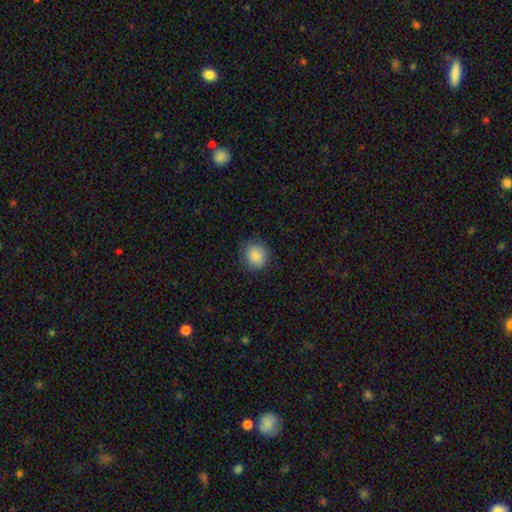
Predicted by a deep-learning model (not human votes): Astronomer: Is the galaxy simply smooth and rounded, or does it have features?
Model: smooth — 88%.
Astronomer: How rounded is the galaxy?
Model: round — 82%.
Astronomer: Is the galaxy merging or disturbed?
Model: none — 84%.